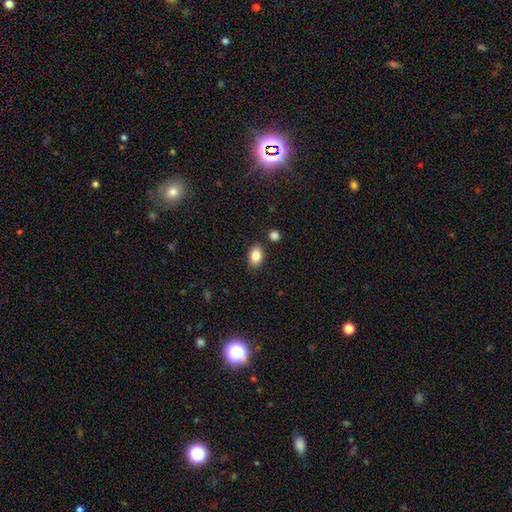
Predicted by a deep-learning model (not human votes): smooth_or_featured: smooth (p=0.84) [alt: star or artifact p=0.08]
how_rounded: in between (p=0.86) [alt: round p=0.12]
merging: none (p=0.84) [alt: minor disturbance p=0.10]